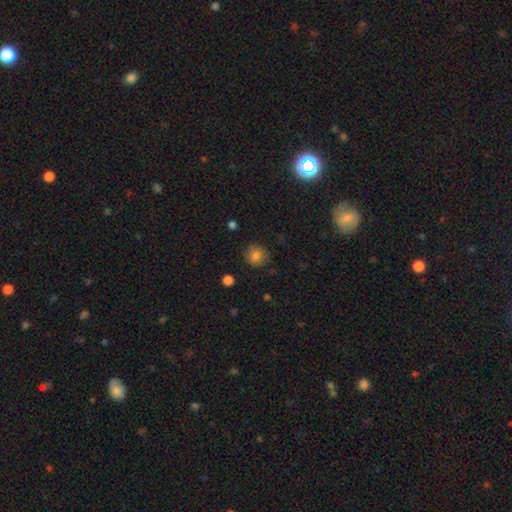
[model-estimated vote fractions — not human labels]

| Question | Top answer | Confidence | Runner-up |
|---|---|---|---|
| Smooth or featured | smooth | 82% | star or artifact (11%) |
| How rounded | round | 87% | in between (12%) |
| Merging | none | 85% | minor disturbance (11%) |